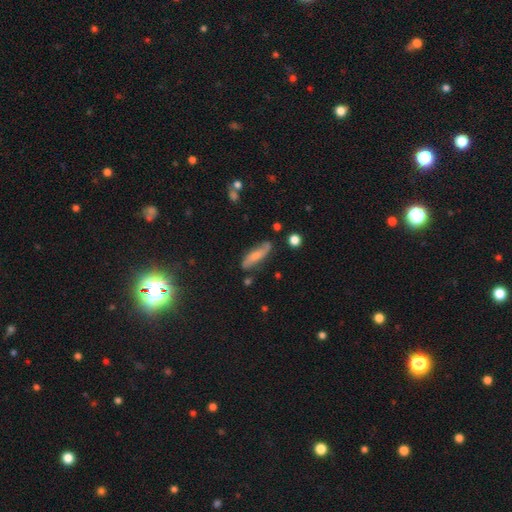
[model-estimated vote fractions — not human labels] The model was most divided on "smooth or featured": smooth: 56%, featured or disk: 37%, star or artifact: 7%. More confident: merging — none (71%); how rounded — cigar-shaped (63%).